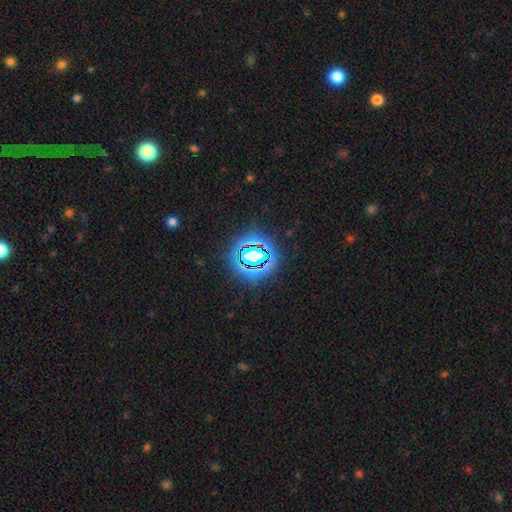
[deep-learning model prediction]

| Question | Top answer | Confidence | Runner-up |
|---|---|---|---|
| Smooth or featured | star or artifact | 71% | smooth (18%) |